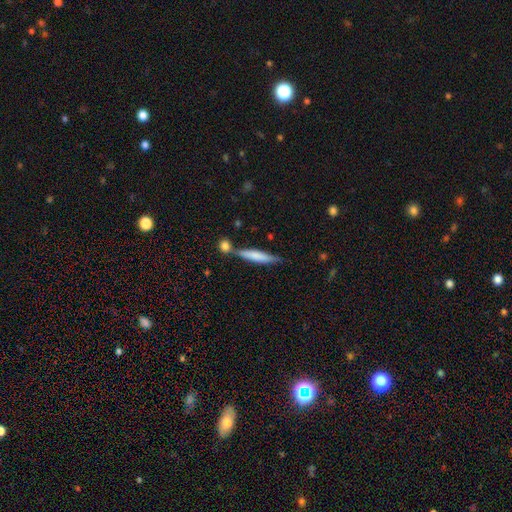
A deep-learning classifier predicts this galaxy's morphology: This appears to be a smooth galaxy with no disk features (66%) that is cigar-shaped (87%). Merging: none (65%).